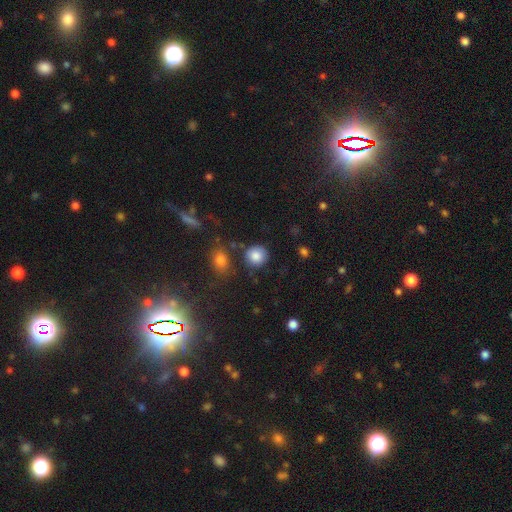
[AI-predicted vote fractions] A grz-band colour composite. It shows a smooth galaxy with no disk features (85%) that is round (89%). Merging: none (81%).